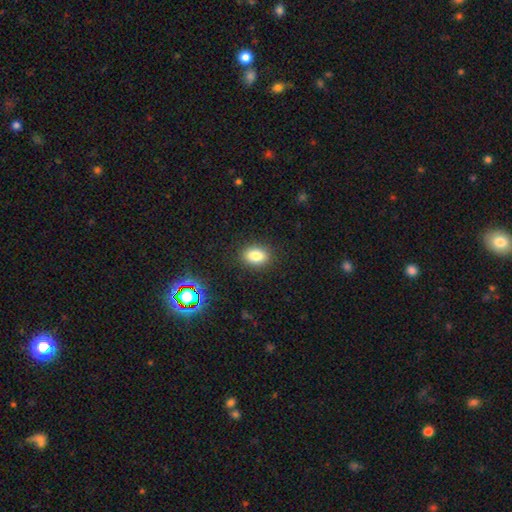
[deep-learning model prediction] smooth-or-featured: smooth: 83% | star or artifact: 11% | featured or disk: 7%
  how-rounded: in between: 78% | round: 20% | cigar-shaped: 2%
  merging: none: 88% | minor disturbance: 8% | major disturbance: 3% | merger: 1%